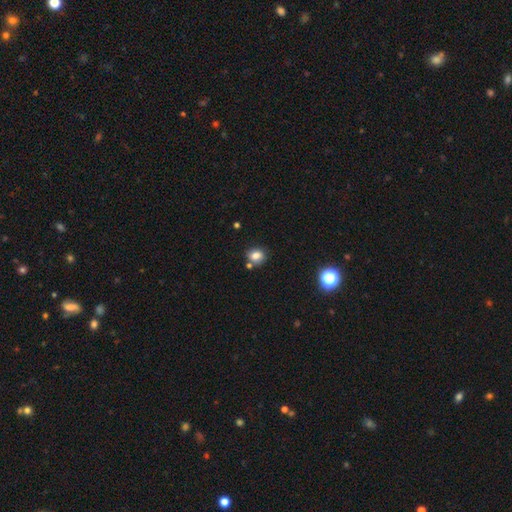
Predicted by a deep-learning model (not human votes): Smooth or featured? Predicted: smooth (p=0.80). How rounded? Predicted: round (p=0.64). Merging? Predicted: none (p=0.70).